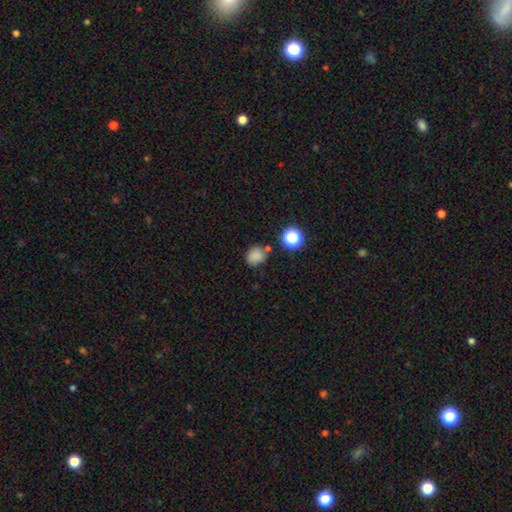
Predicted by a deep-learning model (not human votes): Morphology: type=smooth (80%); roundness=round (76%); merging=none (74%).